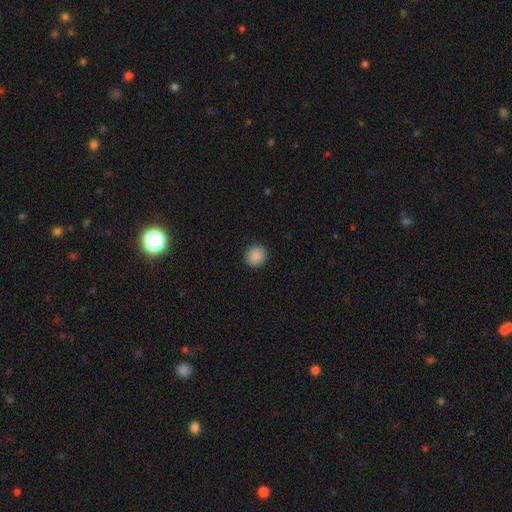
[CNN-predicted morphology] smooth-or-featured: smooth: 89% | star or artifact: 8% | featured or disk: 3%
  how-rounded: round: 91% | in between: 8% | cigar-shaped: 1%
  merging: none: 92% | minor disturbance: 6% | major disturbance: 2% | merger: 1%